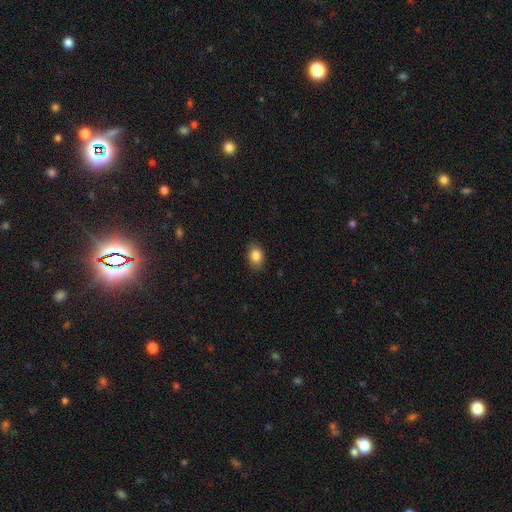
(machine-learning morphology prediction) The model was most divided on "how rounded": in between: 78%, round: 21%, cigar-shaped: 1%. More confident: merging — none (86%); smooth or featured — smooth (85%).